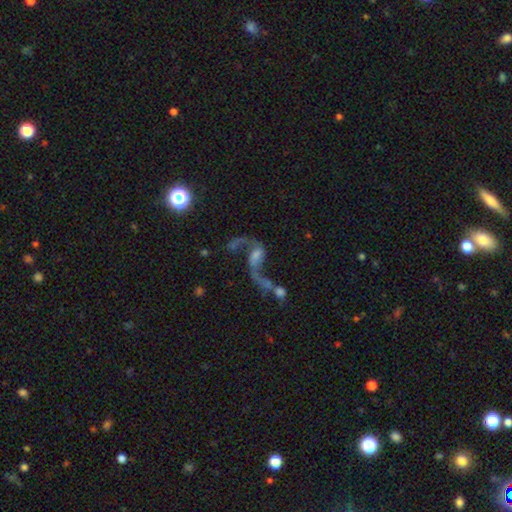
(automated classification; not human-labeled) Smooth or featured? Predicted: featured or disk (p=0.76). Edge-on disk? Predicted: no (p=0.96). Bar? Predicted: no (p=0.47). Spiral arms? Predicted: yes (p=0.87). Spiral winding? Predicted: loose (p=0.90). Spiral arm count? Predicted: 2 (p=0.85). Bulge size? Predicted: small (p=0.34). Merging? Predicted: merger (p=0.34).